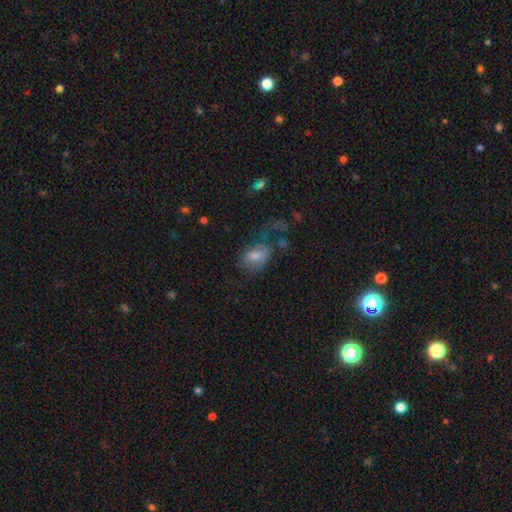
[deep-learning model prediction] A smooth galaxy with no disk features (55%) that is in between round and cigar-shaped (83%). Merging: major disturbance (45%).